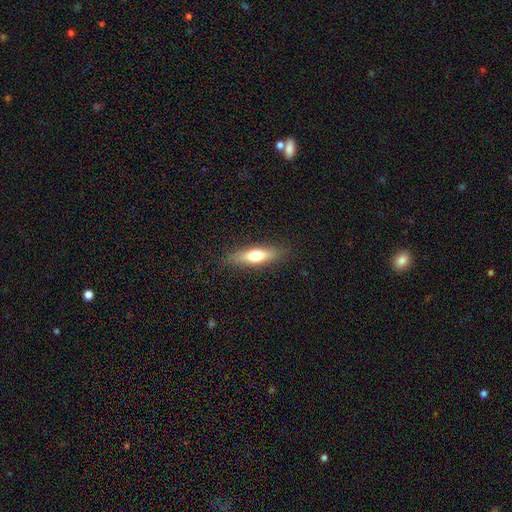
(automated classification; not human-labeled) The model was most divided on "how rounded": cigar-shaped: 63%, in between: 34%, round: 2%. More confident: merging — none (86%); smooth or featured — smooth (62%).